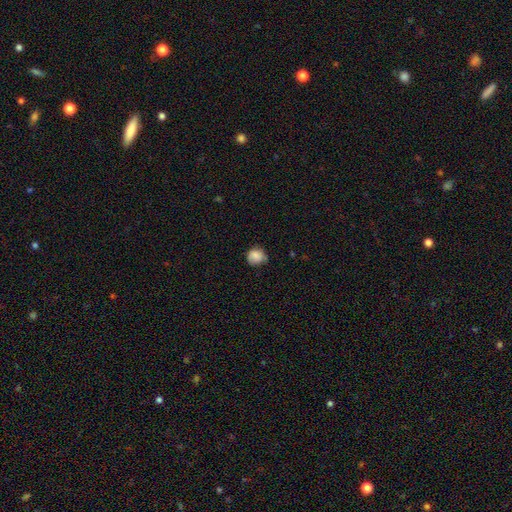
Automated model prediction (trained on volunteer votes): A smooth galaxy with no disk features (84%) that is round (84%).

Vote fractions:
- Smooth or featured? smooth: 84% / star or artifact: 8% / featured or disk: 8%
- How rounded? round: 84% / in between: 15% / cigar-shaped: 1%
- Merging? none: 69% / minor disturbance: 25% / major disturbance: 5% / merger: 1%